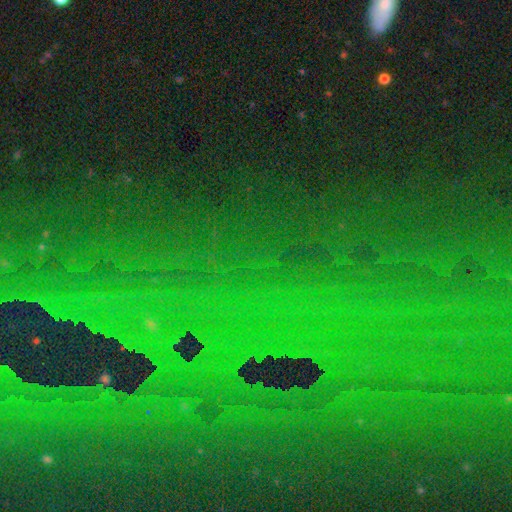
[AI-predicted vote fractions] Smooth or featured: star or artifact — 83% (smooth — 9%)